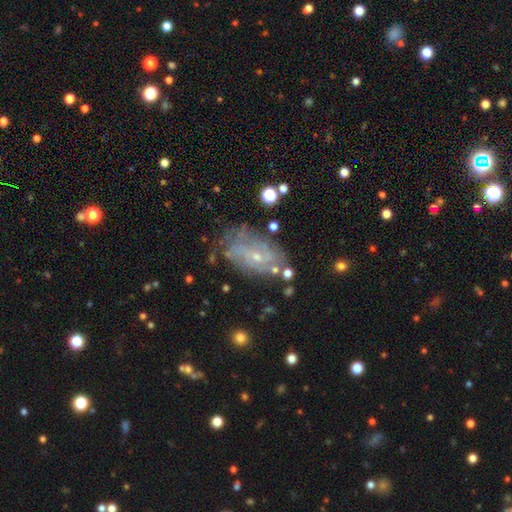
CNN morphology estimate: smooth_or_featured: featured or disk (p=0.71) [alt: smooth p=0.19]
disk_edge_on: no (p=0.94) [alt: yes p=0.06]
bar: no (p=0.66) [alt: weak p=0.28]
has_spiral_arms: yes (p=0.77) [alt: no p=0.23]
spiral_winding: tight (p=0.50) [alt: medium p=0.33]
spiral_arm_count: can't tell (p=0.55) [alt: 2 p=0.20]
bulge_size: small (p=0.76) [alt: moderate p=0.19]
merging: none (p=0.59) [alt: minor disturbance p=0.25]